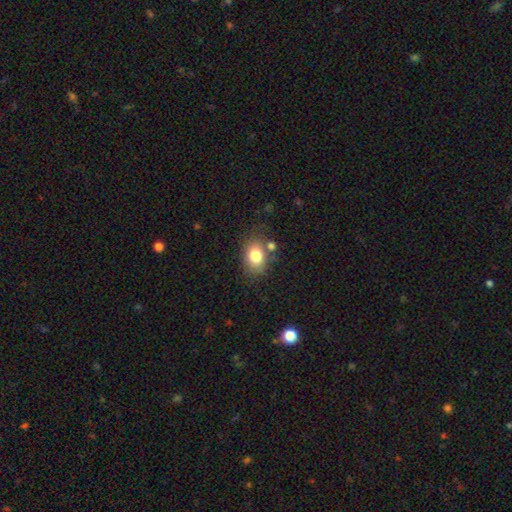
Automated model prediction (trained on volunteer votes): Smooth or featured: smooth — 79% (featured or disk — 11%)
How rounded: in between — 67% (round — 32%)
Merging: none — 69% (minor disturbance — 16%)